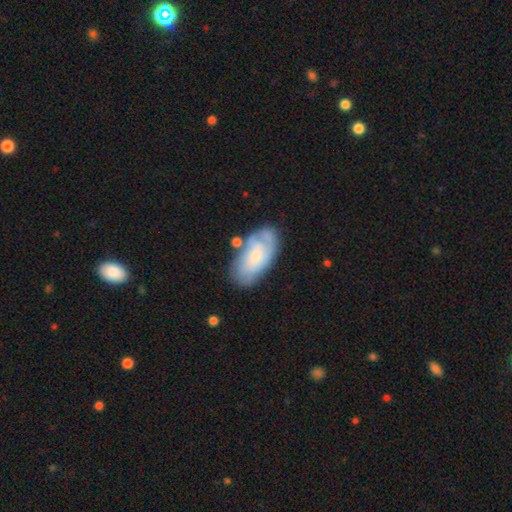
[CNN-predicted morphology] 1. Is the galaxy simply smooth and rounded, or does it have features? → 50% featured or disk, 44% smooth, 7% star or artifact.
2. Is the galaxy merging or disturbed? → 63% none, 21% minor disturbance, 8% merger, 7% major disturbance.